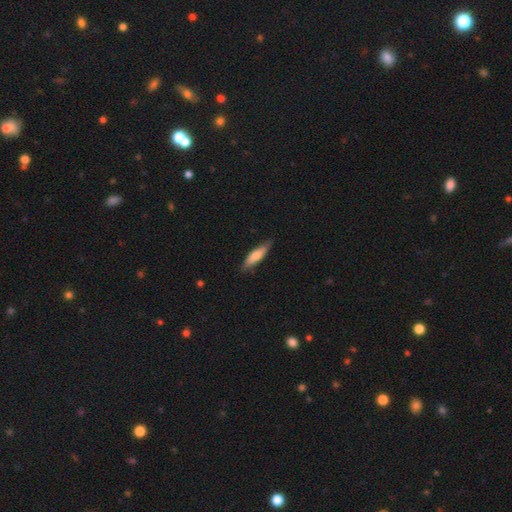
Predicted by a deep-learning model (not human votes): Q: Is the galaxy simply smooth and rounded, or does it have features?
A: smooth — 72%.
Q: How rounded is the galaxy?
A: cigar-shaped — 69%.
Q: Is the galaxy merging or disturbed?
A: none — 78%.